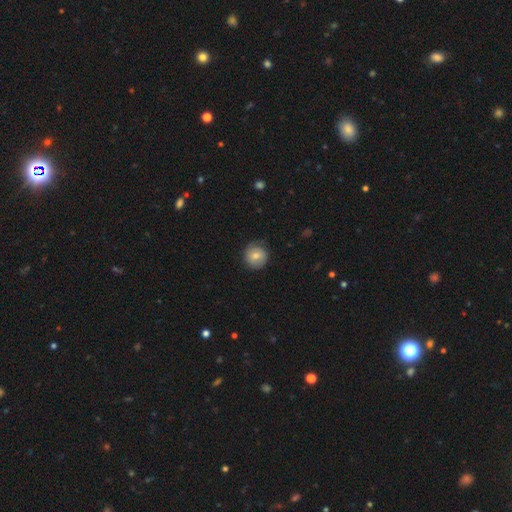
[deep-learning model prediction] Smooth or featured: smooth — 69% (featured or disk — 24%)
How rounded: round — 91% (in between — 8%)
Merging: none — 77% (minor disturbance — 17%)